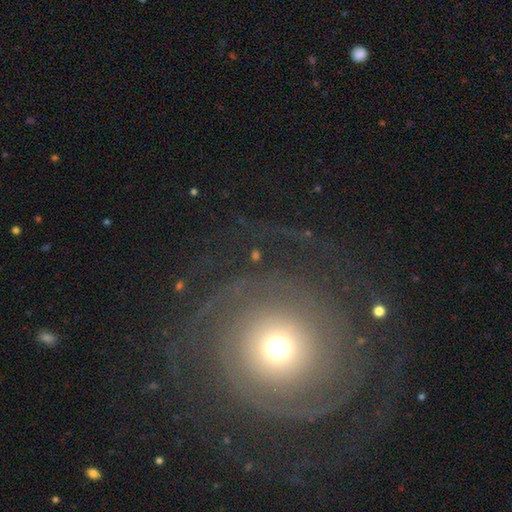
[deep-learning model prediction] A featured or disk galaxy (45%).

Vote fractions:
- Smooth or featured? featured or disk: 45% / smooth: 29% / star or artifact: 26%
- Merging? none: 63% / major disturbance: 21% / minor disturbance: 12% / merger: 4%